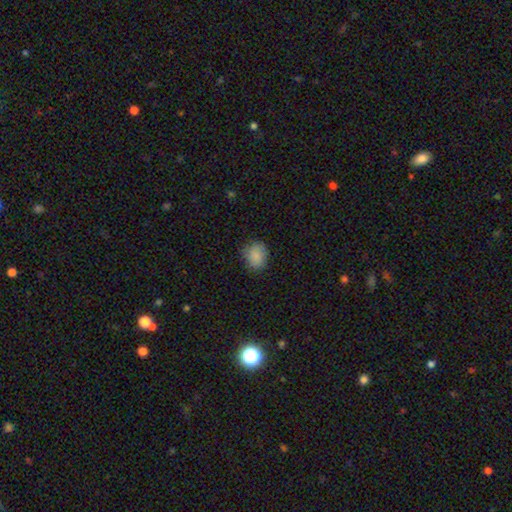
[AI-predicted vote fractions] Morphology: type=smooth (87%); roundness=round (58%); merging=none (81%).